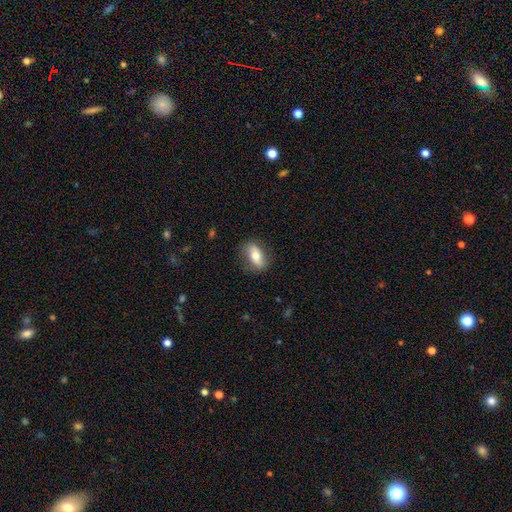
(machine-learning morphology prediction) Smooth or featured?
  - smooth: 64% *
  - featured or disk: 29%
  - star or artifact: 7%
How rounded?
  - in between: 82% *
  - cigar-shaped: 11%
  - round: 7%
Merging?
  - none: 79% *
  - minor disturbance: 15%
  - major disturbance: 5%
  - merger: 1%